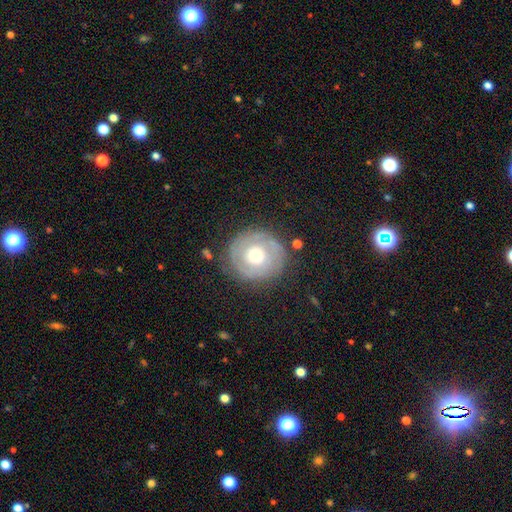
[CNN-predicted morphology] smooth_or_featured: featured or disk (p=0.55) [alt: smooth p=0.37]
disk_edge_on: no (p=0.96) [alt: yes p=0.04]
bar: no (p=0.87) [alt: weak p=0.10]
has_spiral_arms: yes (p=0.52) [alt: no p=0.48]
bulge_size: moderate (p=0.71) [alt: small p=0.18]
merging: none (p=0.79) [alt: minor disturbance p=0.13]